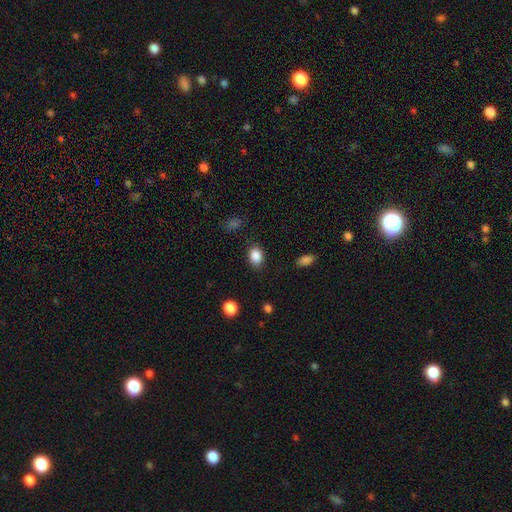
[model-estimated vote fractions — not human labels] A smooth galaxy with no disk features (87%) that is in between round and cigar-shaped (66%).

Vote fractions:
- Smooth or featured? smooth: 87% / star or artifact: 9% / featured or disk: 4%
- How rounded? in between: 66% / round: 33% / cigar-shaped: 1%
- Merging? none: 85% / minor disturbance: 10% / major disturbance: 3% / merger: 1%